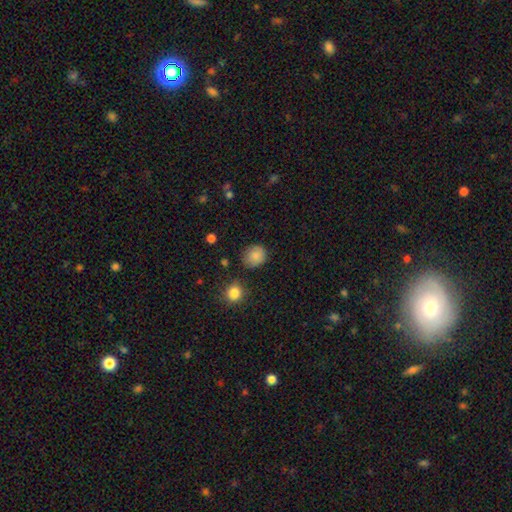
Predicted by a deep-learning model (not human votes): This appears to be a smooth galaxy with no disk features (86%) that is round (78%). Merging: none (80%).